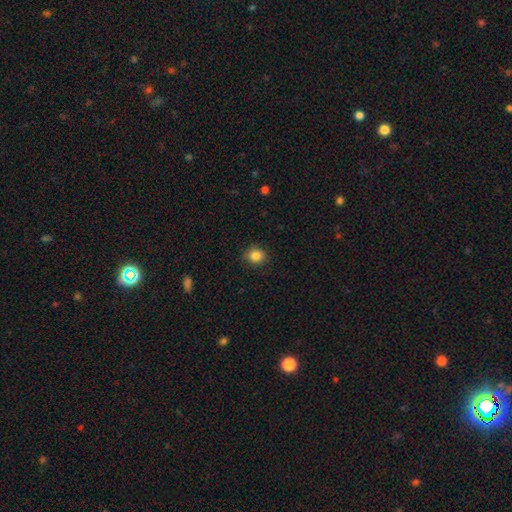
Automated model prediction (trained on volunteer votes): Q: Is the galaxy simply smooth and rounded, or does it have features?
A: smooth — 85%.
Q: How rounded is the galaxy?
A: round — 72%.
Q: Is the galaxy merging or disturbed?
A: none — 83%.